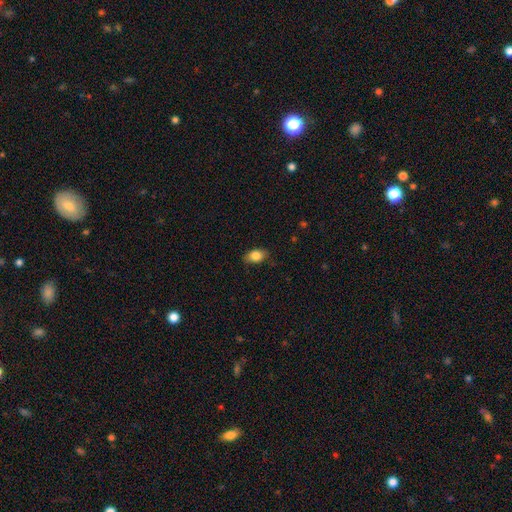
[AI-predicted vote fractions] The model was most divided on "merging": none: 80%, minor disturbance: 16%, major disturbance: 3%, merger: 1%. More confident: how rounded — in between (85%); smooth or featured — smooth (84%).